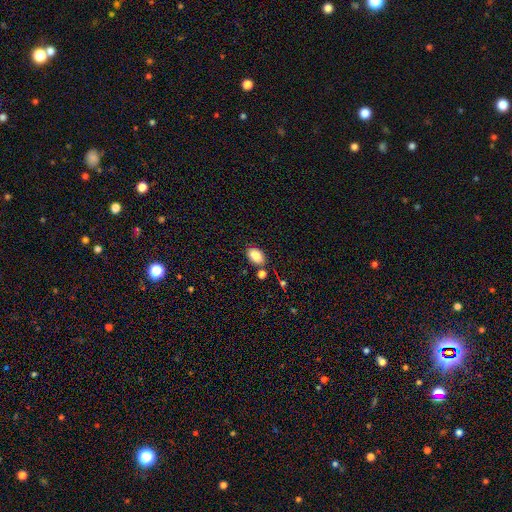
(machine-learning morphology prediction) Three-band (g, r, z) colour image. It shows a smooth galaxy with no disk features (84%) that is in between round and cigar-shaped (88%). Merging: none (77%).